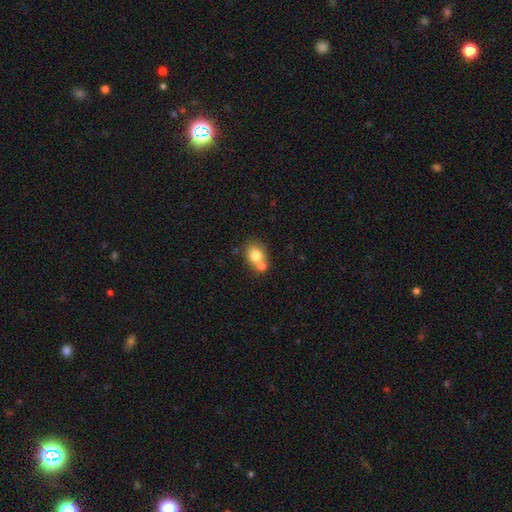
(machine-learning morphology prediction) The model was most divided on "merging": merger: 44%, none: 43%, minor disturbance: 10%, major disturbance: 3%. More confident: smooth or featured — smooth (77%); how rounded — round (56%).